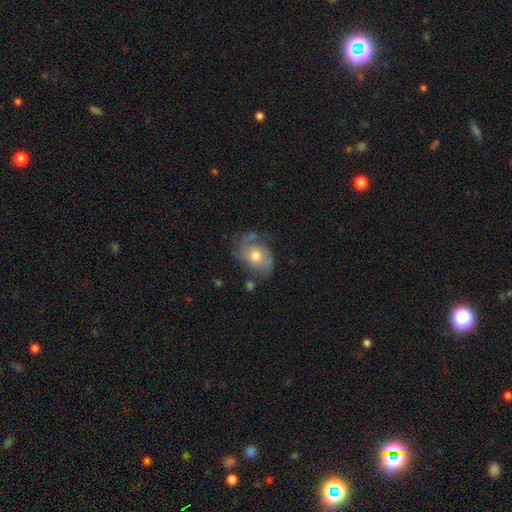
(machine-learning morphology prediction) smooth-or-featured: featured or disk: 52% | smooth: 40% | star or artifact: 8%
  disk-edge-on: no: 96% | yes: 4%
    bar: no: 83% | weak: 15% | strong: 2%
    has-spiral-arms: yes: 72% | no: 28%
    bulge-size: moderate: 73% | small: 14% | large: 11% | none: 1% | dominant: 1%
  merging: none: 49% | minor disturbance: 29% | major disturbance: 17% | merger: 5%